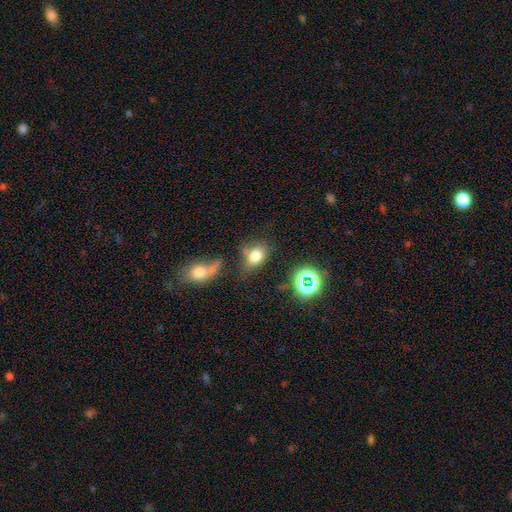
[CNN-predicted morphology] A smooth galaxy with no disk features (72%) that is in between round and cigar-shaped (73%). Merging: none (50%).